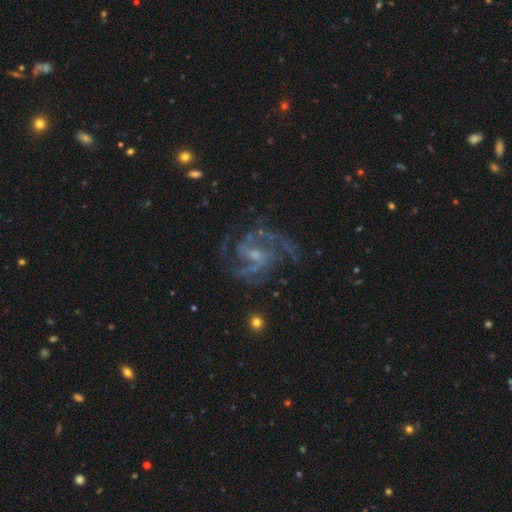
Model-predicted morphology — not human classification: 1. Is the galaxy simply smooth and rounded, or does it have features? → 89% featured or disk, 6% star or artifact, 5% smooth.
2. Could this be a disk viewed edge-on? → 98% no, 2% yes.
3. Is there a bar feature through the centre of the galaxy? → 52% weak, 32% no, 17% strong.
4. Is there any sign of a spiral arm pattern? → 96% yes, 4% no.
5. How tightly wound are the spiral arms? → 58% medium, 24% tight, 18% loose.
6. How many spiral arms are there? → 52% 2, 21% 3, 12% can't tell, 6% 4, 5% 1, 4% more than 4.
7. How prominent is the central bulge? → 56% small, 31% moderate, 10% none, 2% large, 1% dominant.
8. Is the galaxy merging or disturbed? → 67% none, 16% minor disturbance, 15% major disturbance, 2% merger.